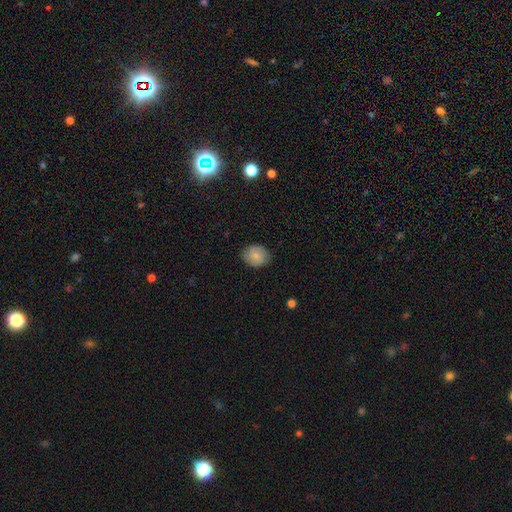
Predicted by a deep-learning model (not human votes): A smooth galaxy with no disk features (72%) that is round (60%).

Vote fractions:
- Smooth or featured? smooth: 72% / featured or disk: 20% / star or artifact: 8%
- How rounded? round: 60% / in between: 39% / cigar-shaped: 1%
- Merging? none: 84% / minor disturbance: 12% / major disturbance: 3% / merger: 1%